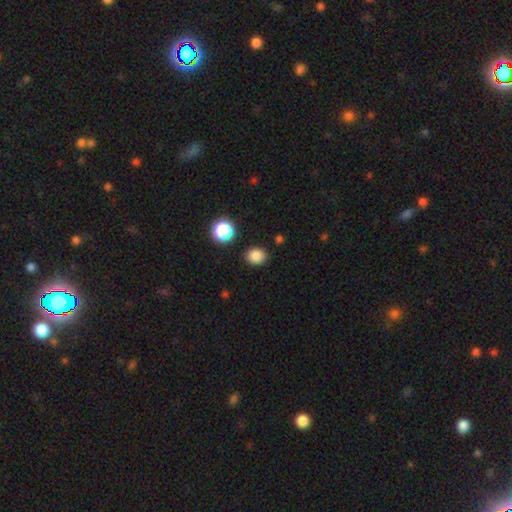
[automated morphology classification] Smooth or featured? smooth (84%)
How rounded? round (65%)
Merging? none (88%)